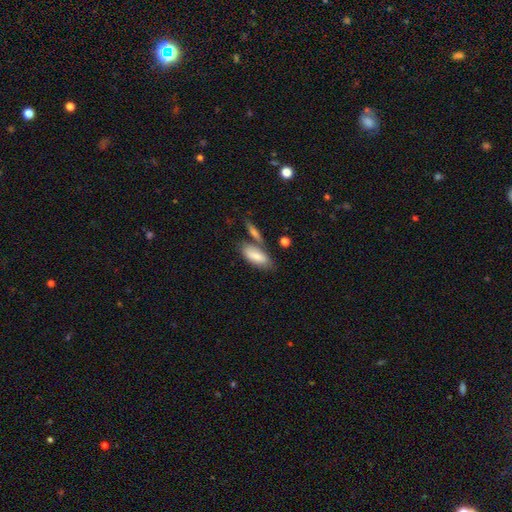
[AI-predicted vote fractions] This appears to be a smooth galaxy with no disk features (78%) that is in between round and cigar-shaped (83%). Merging: none (53%).